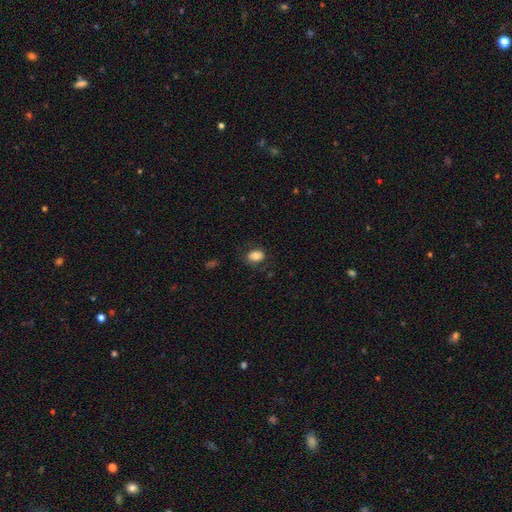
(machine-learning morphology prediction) The model was most divided on "how rounded": in between: 68%, round: 31%, cigar-shaped: 1%. More confident: smooth or featured — smooth (81%); merging — none (80%).